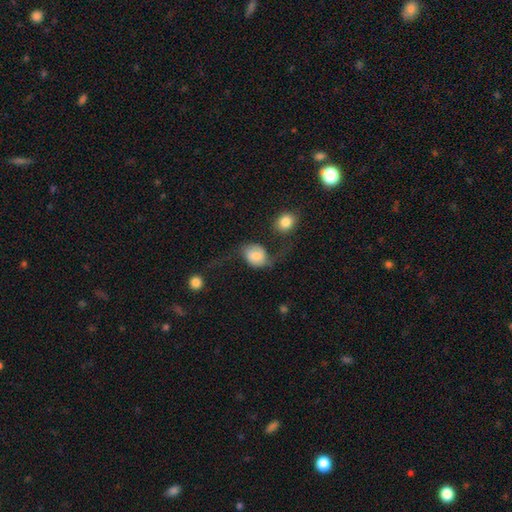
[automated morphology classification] type=smooth (55%); roundness=round (51%); merging=none (35%).